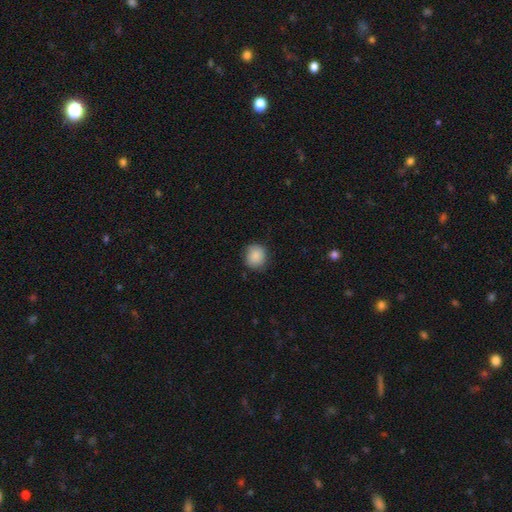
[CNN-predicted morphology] The model was most divided on "how rounded": round: 81%, in between: 18%, cigar-shaped: 1%. More confident: smooth or featured — smooth (88%); merging — none (81%).